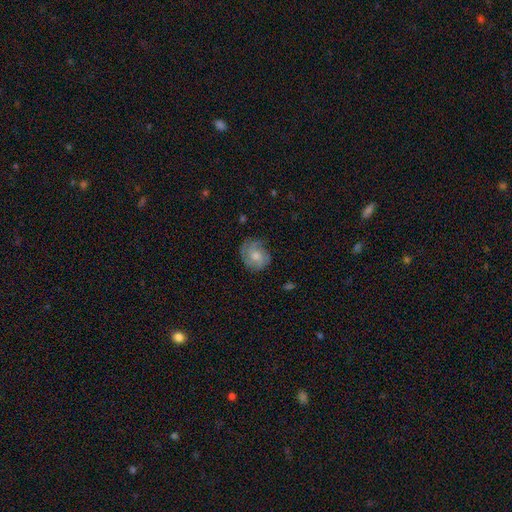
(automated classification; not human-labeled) Morphology: type=smooth (53%); roundness=round (67%); merging=none (68%).